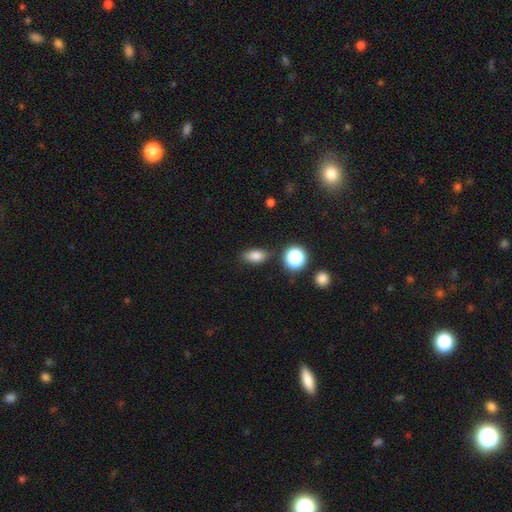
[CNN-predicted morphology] Overall: smooth (80%). How rounded: in between (82%). Merging: none (80%).